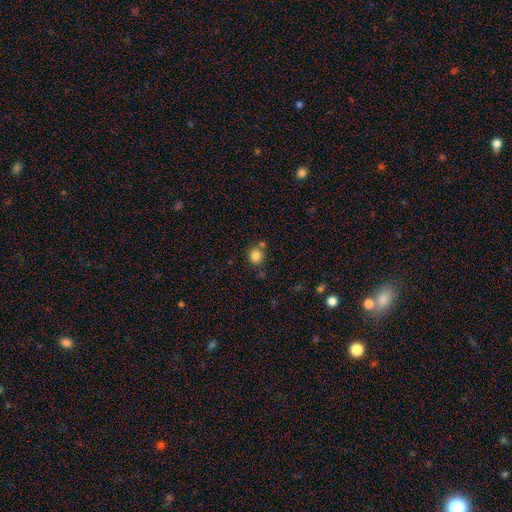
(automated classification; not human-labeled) smooth_or_featured: smooth (p=0.84) [alt: star or artifact p=0.11]
how_rounded: round (p=0.87) [alt: in between p=0.13]
merging: none (p=0.73) [alt: merger p=0.13]